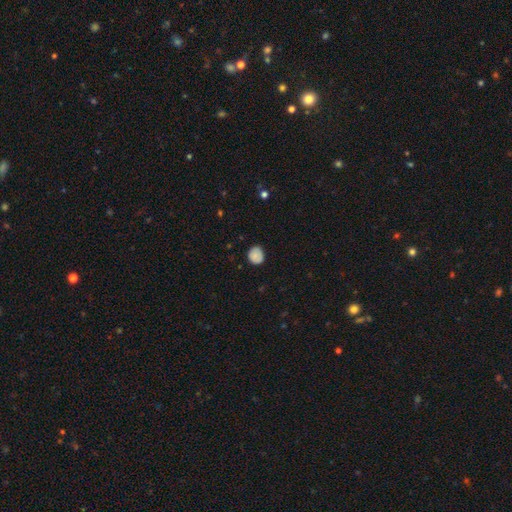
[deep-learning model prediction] This is clearly a smooth galaxy (83%). How rounded: likely round (79%). Merging: likely none (79%).